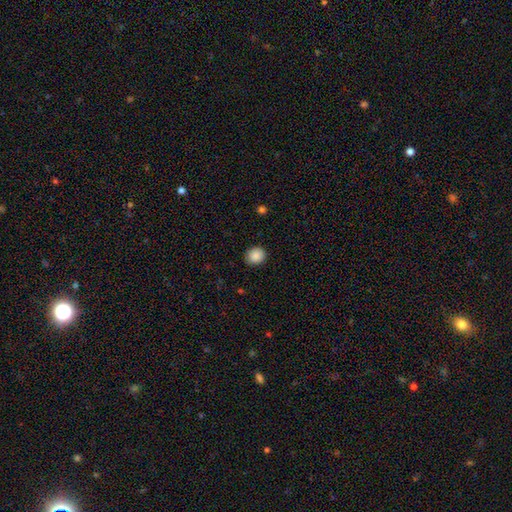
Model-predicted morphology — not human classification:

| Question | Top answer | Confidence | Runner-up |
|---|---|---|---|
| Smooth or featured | smooth | 88% | star or artifact (8%) |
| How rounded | round | 76% | in between (23%) |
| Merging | none | 89% | minor disturbance (8%) |